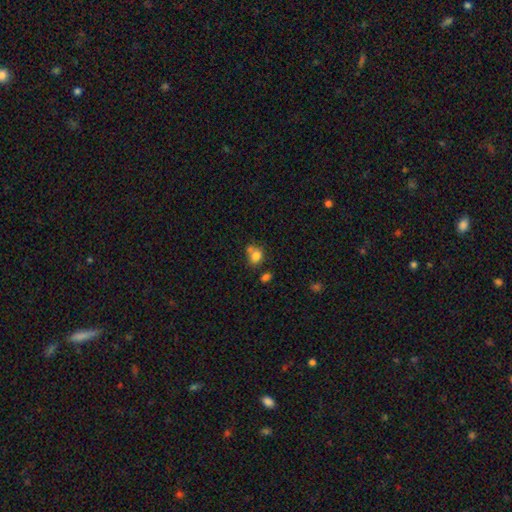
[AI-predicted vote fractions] Smooth or featured?
  - smooth: 79% *
  - star or artifact: 11%
  - featured or disk: 10%
How rounded?
  - round: 53% *
  - in between: 46%
  - cigar-shaped: 1%
Merging?
  - none: 46% *
  - merger: 36%
  - minor disturbance: 13%
  - major disturbance: 5%